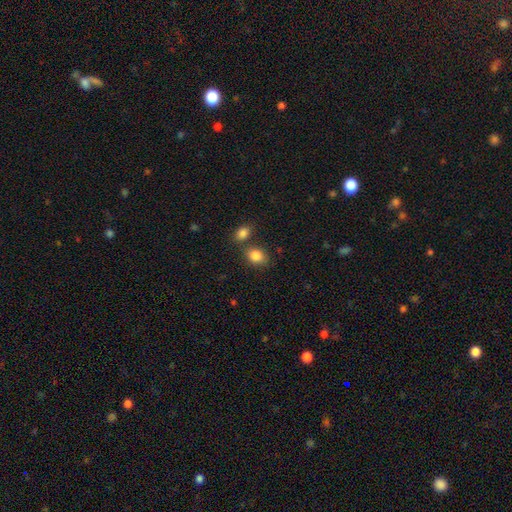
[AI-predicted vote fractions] This appears to be a smooth galaxy with no disk features (85%) that is in between round and cigar-shaped (64%). Merging: none (64%).